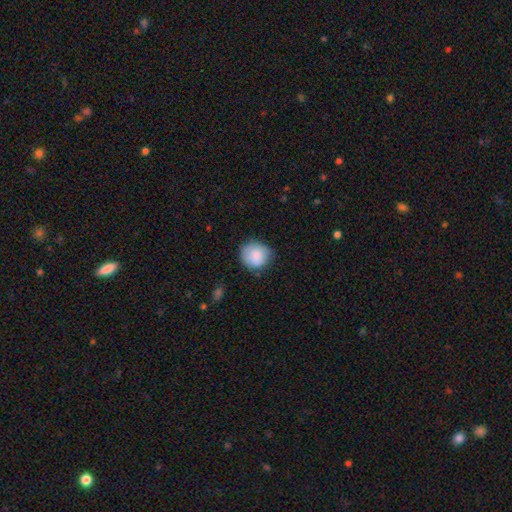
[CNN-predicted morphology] This is clearly a smooth galaxy (86%). How rounded: clearly round (86%). Merging: likely none (76%).